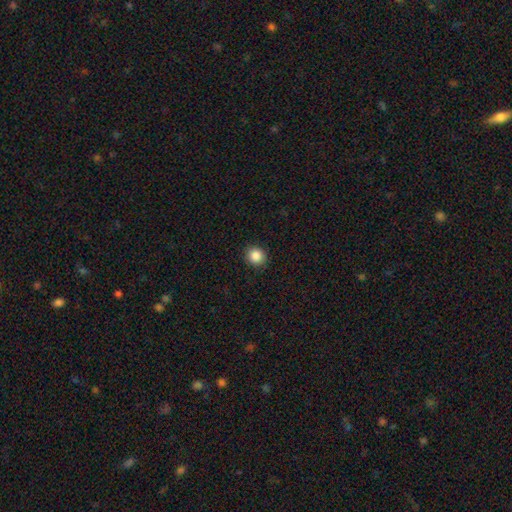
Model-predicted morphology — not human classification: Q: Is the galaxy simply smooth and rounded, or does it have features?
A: smooth — 87%.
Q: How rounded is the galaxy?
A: round — 90%.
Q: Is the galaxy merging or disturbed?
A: none — 90%.